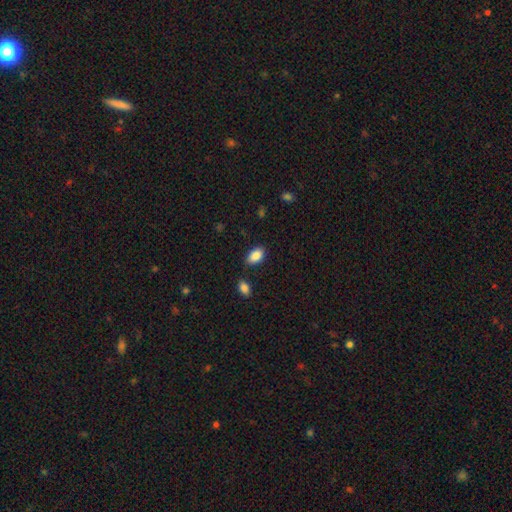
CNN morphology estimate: This appears to be a smooth galaxy with no disk features (88%) that is in between round and cigar-shaped (93%). Merging: none (80%).